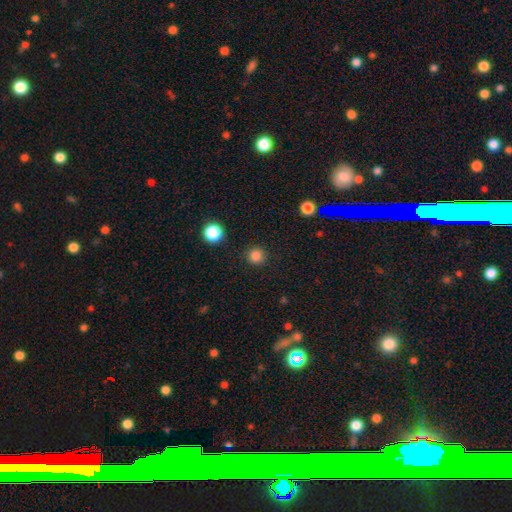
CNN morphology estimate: Q: Smooth or featured?
A: smooth (84%); runner-up: star or artifact (13%)
Q: How rounded?
A: round (95%); runner-up: in between (4%)
Q: Merging?
A: none (91%); runner-up: minor disturbance (6%)